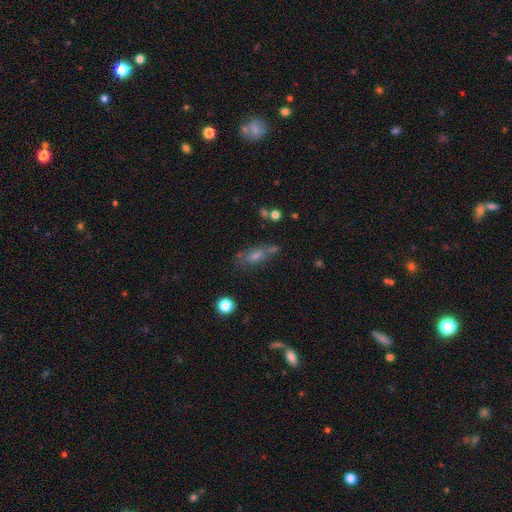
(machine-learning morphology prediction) Q: Smooth or featured?
A: smooth (50%); runner-up: featured or disk (33%)
Q: How rounded?
A: in between (64%); runner-up: cigar-shaped (28%)
Q: Merging?
A: none (58%); runner-up: minor disturbance (22%)